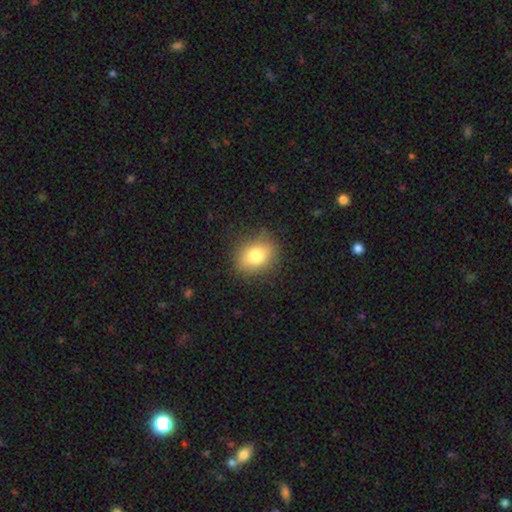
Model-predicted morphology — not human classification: This is likely a smooth galaxy (76%). How rounded: possibly in between (58%). Merging: clearly none (83%).